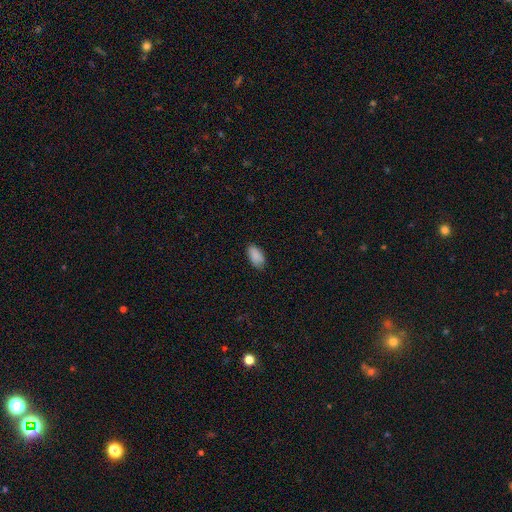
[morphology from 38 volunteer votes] type=smooth (87%); roundness=in between (94%); merging=none (85%).